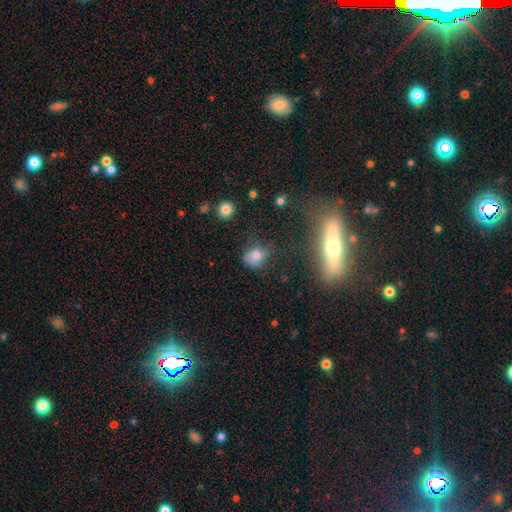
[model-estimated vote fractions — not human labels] A smooth galaxy with no disk features (76%) that is round (54%).

Vote fractions:
- Smooth or featured? smooth: 76% / star or artifact: 14% / featured or disk: 10%
- How rounded? round: 54% / in between: 44% / cigar-shaped: 2%
- Merging? none: 59% / minor disturbance: 26% / major disturbance: 11% / merger: 4%